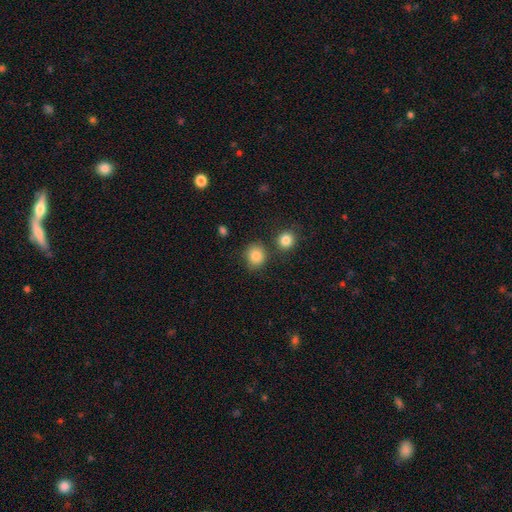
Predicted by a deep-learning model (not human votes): Smooth or featured? Predicted: smooth (p=0.86). How rounded? Predicted: round (p=0.78). Merging? Predicted: none (p=0.76).